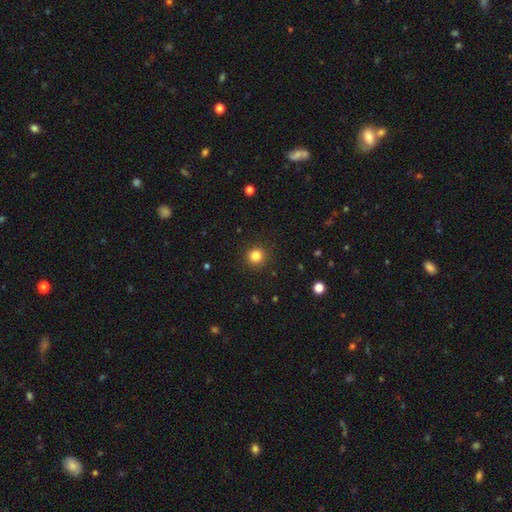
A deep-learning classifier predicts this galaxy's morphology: Smooth or featured? Predicted: smooth (p=0.84). How rounded? Predicted: round (p=0.94). Merging? Predicted: none (p=0.91).